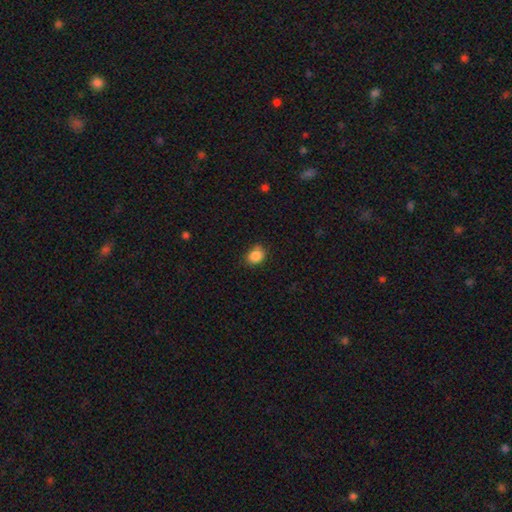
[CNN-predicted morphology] This is clearly a smooth galaxy (87%). How rounded: possibly round (52%). Merging: likely none (74%).